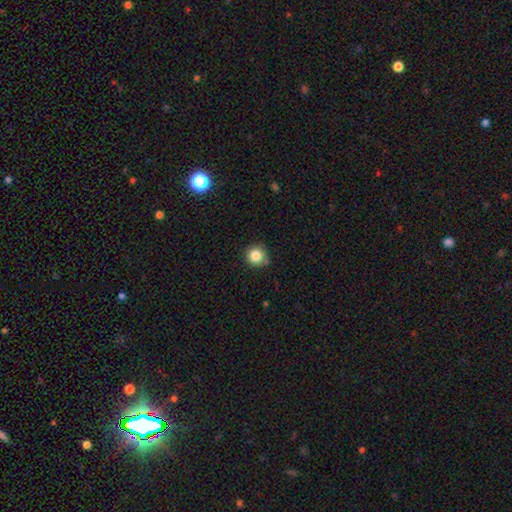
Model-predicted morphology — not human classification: Smooth or featured?
  - smooth: 84% *
  - star or artifact: 11%
  - featured or disk: 5%
How rounded?
  - round: 95% *
  - in between: 4%
  - cigar-shaped: 1%
Merging?
  - none: 83% *
  - minor disturbance: 11%
  - merger: 4%
  - major disturbance: 3%